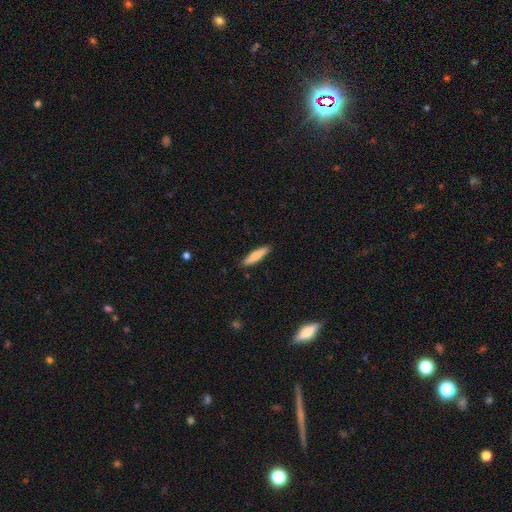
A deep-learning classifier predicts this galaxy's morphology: Smooth or featured: smooth — 68% (featured or disk — 26%)
How rounded: cigar-shaped — 78% (in between — 20%)
Merging: none — 89% (minor disturbance — 8%)